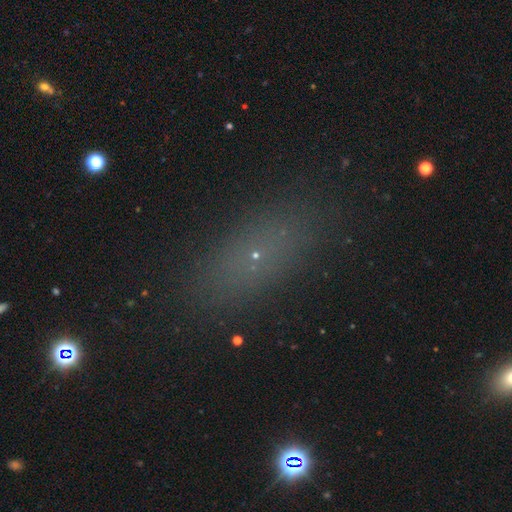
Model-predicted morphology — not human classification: smooth_or_featured: smooth (p=0.56) [alt: star or artifact p=0.28]
how_rounded: in between (p=0.71) [alt: cigar-shaped p=0.19]
merging: none (p=0.86) [alt: minor disturbance p=0.09]